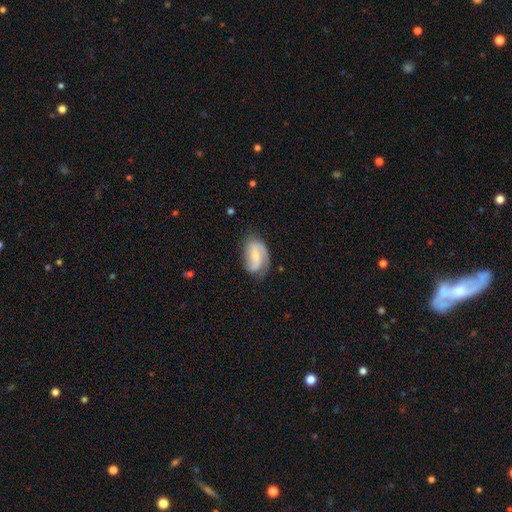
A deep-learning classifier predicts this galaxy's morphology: The model was most divided on "bar": no: 44%, weak: 41%, strong: 15%. Remaining: edge-on disk — no (97%); spiral arms — yes (92%); spiral arm count — 2 (67%); smooth or featured — featured or disk (63%); merging — none (61%); bulge size — small (47%); spiral winding — medium (43%).